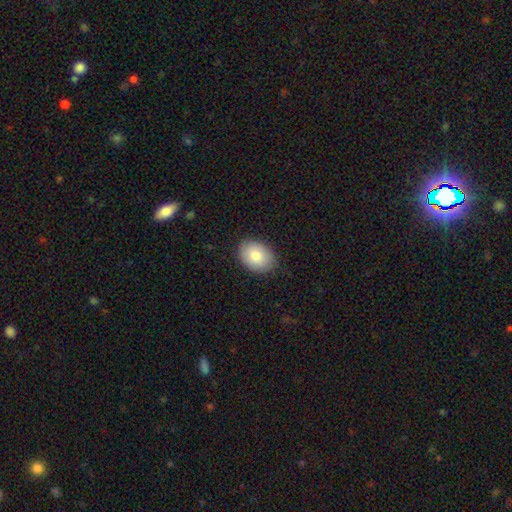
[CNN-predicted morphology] type=smooth (84%); roundness=in between (76%); merging=none (83%).